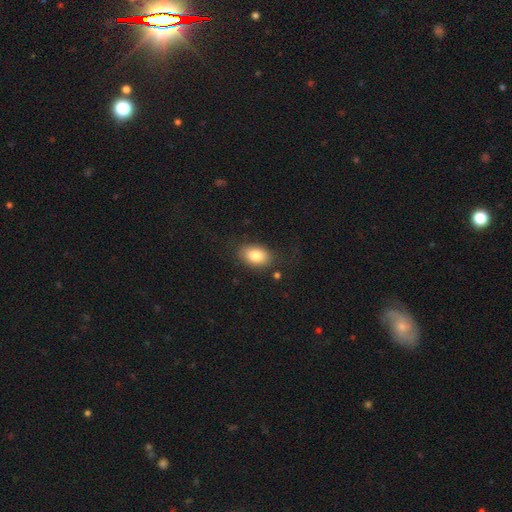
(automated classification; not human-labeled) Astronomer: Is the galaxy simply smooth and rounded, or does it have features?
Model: smooth — 82%.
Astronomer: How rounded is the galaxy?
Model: in between — 83%.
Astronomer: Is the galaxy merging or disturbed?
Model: none — 79%.